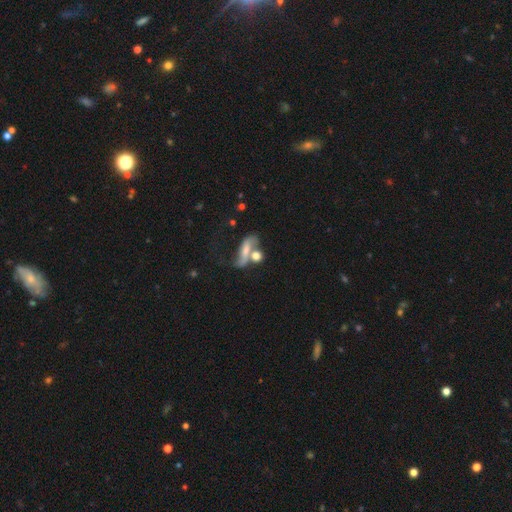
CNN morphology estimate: smooth 54%, featured or disk 33%, star or artifact 12%. Down the decision tree: how rounded — in between (47%); merging — merger (42%).